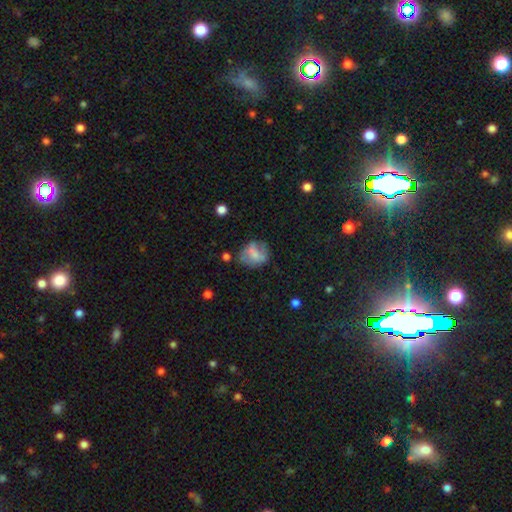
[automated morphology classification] smooth 52%, featured or disk 35%, star or artifact 13%. Down the decision tree: how rounded — round (58%); merging — none (59%).